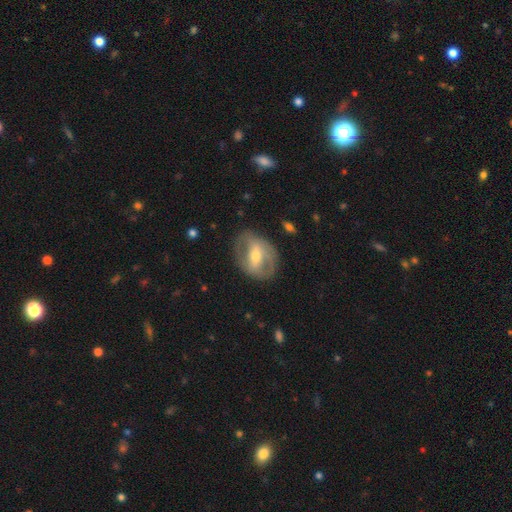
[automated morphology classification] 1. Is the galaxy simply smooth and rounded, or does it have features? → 67% featured or disk, 27% smooth, 6% star or artifact.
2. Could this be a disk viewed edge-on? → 93% no, 7% yes.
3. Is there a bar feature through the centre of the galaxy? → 43% strong, 36% weak, 21% no.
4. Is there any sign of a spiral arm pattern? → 53% yes, 47% no.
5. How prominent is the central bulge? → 63% moderate, 30% small, 5% large, 1% none, 1% dominant.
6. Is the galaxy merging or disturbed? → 76% none, 15% minor disturbance, 7% major disturbance, 1% merger.